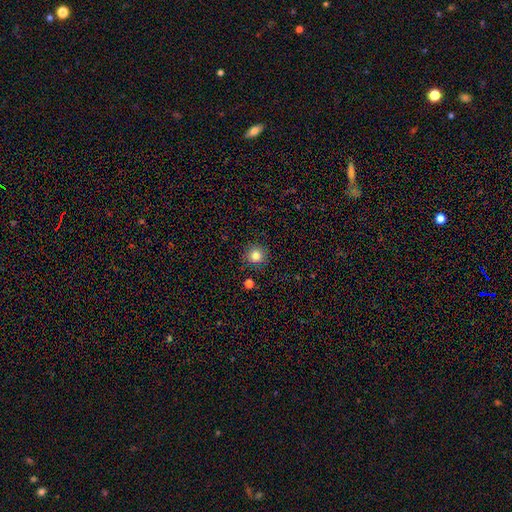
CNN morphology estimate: smooth-or-featured: smooth: 82% | star or artifact: 12% | featured or disk: 6%
  how-rounded: round: 94% | in between: 5% | cigar-shaped: 1%
  merging: none: 90% | minor disturbance: 7% | major disturbance: 2% | merger: 2%